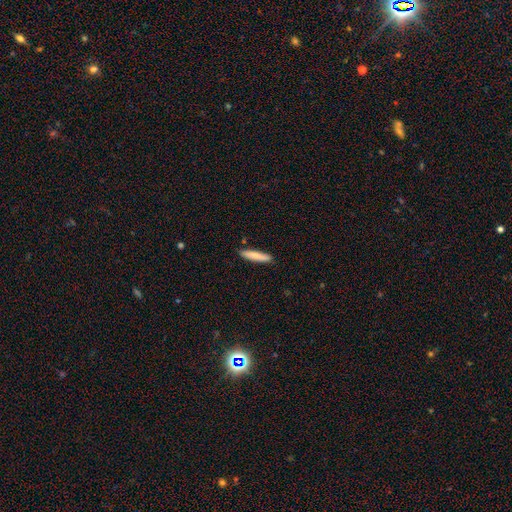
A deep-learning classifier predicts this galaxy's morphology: Smooth or featured? Predicted: smooth (p=0.81). How rounded? Predicted: cigar-shaped (p=0.88). Merging? Predicted: none (p=0.89).